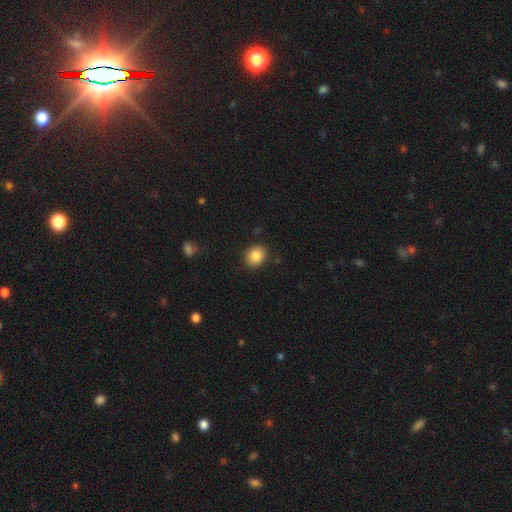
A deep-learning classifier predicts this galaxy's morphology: This appears to be a smooth galaxy with no disk features (85%) that is round (59%). Merging: none (87%).